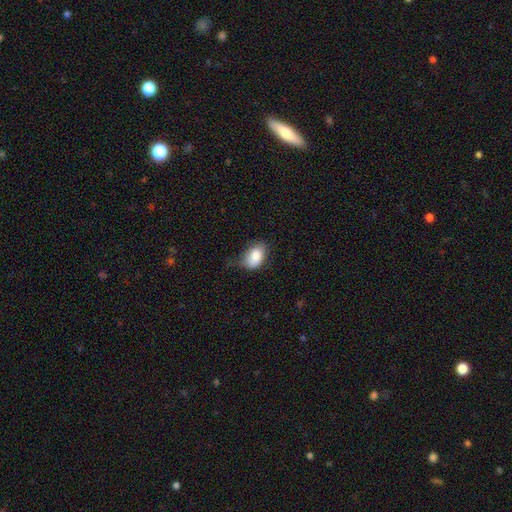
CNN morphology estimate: smooth_or_featured: smooth (p=0.83) [alt: featured or disk p=0.09]
how_rounded: in between (p=0.89) [alt: round p=0.10]
merging: none (p=0.57) [alt: minor disturbance p=0.33]